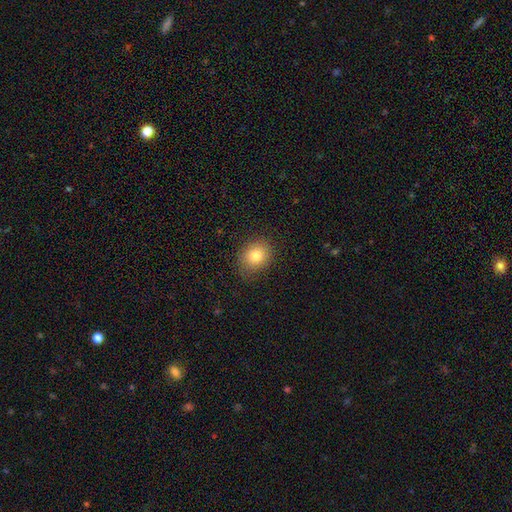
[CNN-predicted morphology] smooth-or-featured: smooth: 81% | star or artifact: 10% | featured or disk: 8%
  how-rounded: round: 60% | in between: 40% | cigar-shaped: 1%
  merging: none: 83% | minor disturbance: 13% | major disturbance: 4% | merger: 1%